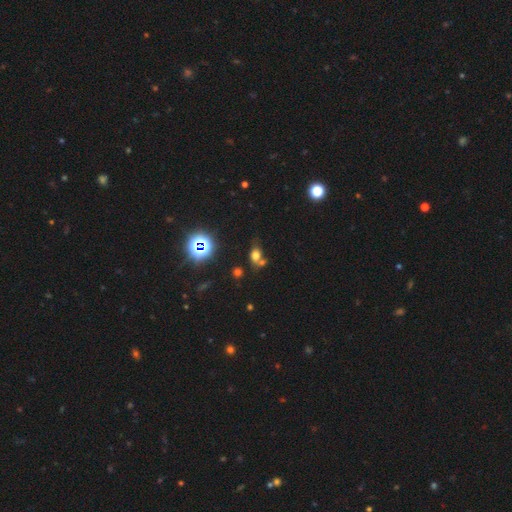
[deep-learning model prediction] Smooth or featured? Predicted: smooth (p=0.62). How rounded? Predicted: in between (p=0.63). Merging? Predicted: none (p=0.47).